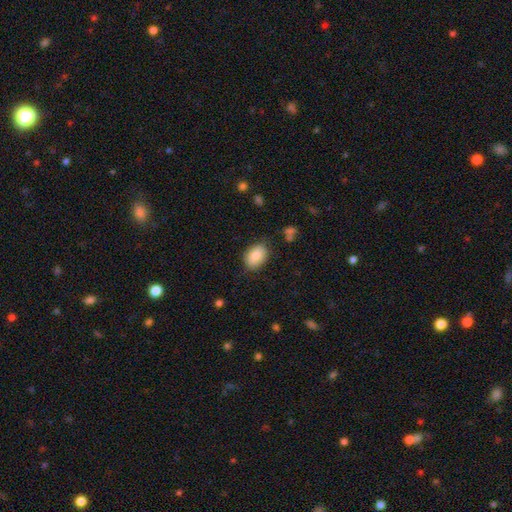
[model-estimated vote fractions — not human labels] smooth 86%, star or artifact 7%, featured or disk 7%. Down the decision tree: how rounded — in between (85%); merging — none (81%).